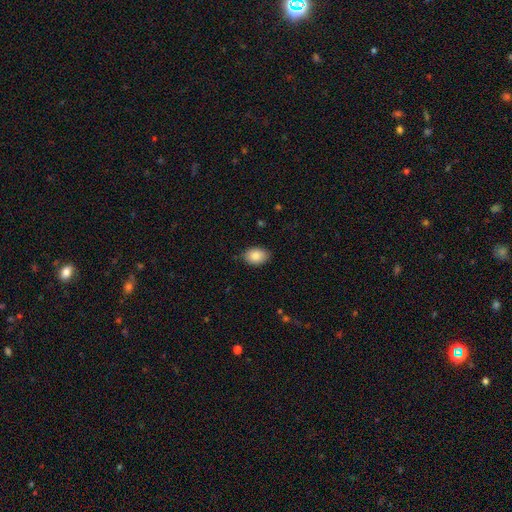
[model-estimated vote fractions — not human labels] A smooth galaxy with no disk features (86%) that is in between round and cigar-shaped (81%). Merging: none (84%).